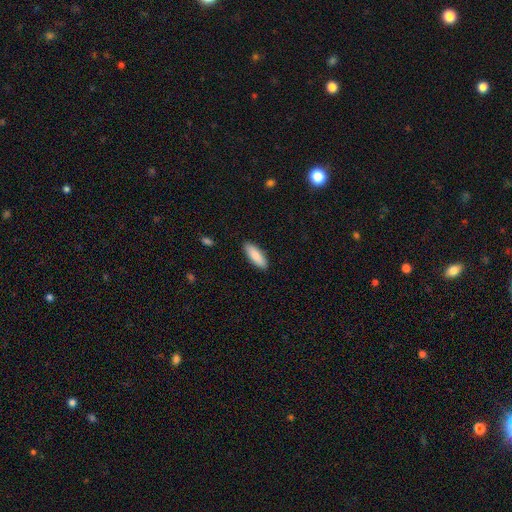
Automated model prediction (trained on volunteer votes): A smooth galaxy with no disk features (86%) that is in between round and cigar-shaped (62%). Merging: none (89%).